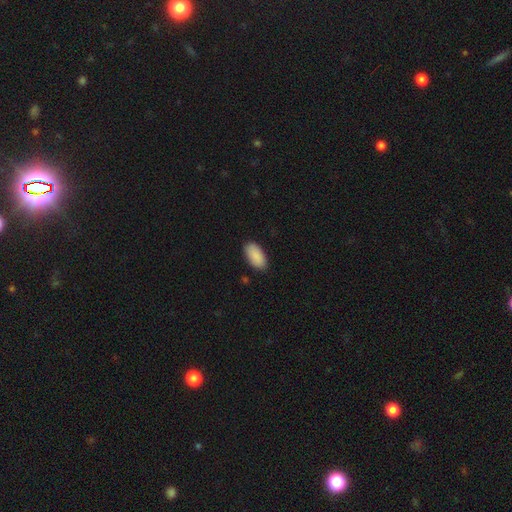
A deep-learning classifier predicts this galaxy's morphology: Q: Smooth or featured?
A: smooth (90%); runner-up: star or artifact (6%)
Q: How rounded?
A: in between (95%); runner-up: cigar-shaped (3%)
Q: Merging?
A: none (87%); runner-up: minor disturbance (10%)